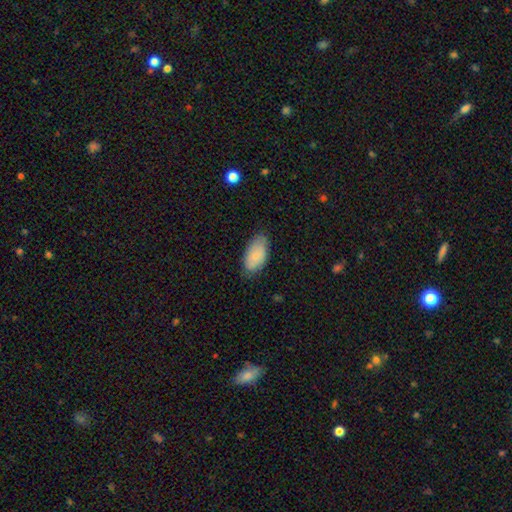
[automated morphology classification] smooth-or-featured: smooth: 80% | featured or disk: 14% | star or artifact: 6%
  how-rounded: in between: 94% | round: 3% | cigar-shaped: 3%
  merging: none: 74% | minor disturbance: 21% | major disturbance: 4% | merger: 1%